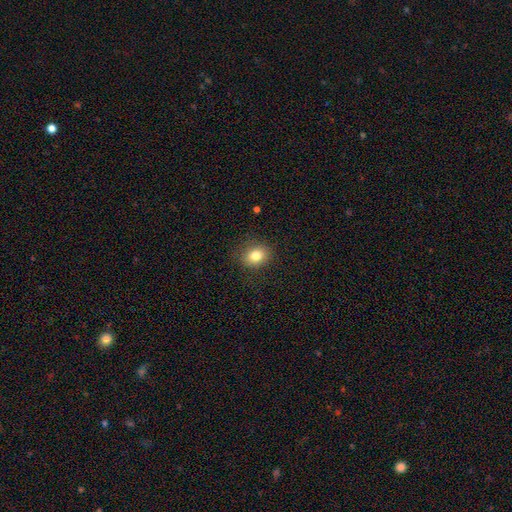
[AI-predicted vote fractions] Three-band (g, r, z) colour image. It shows a smooth galaxy with no disk features (81%) that is round (56%). Merging: none (85%).